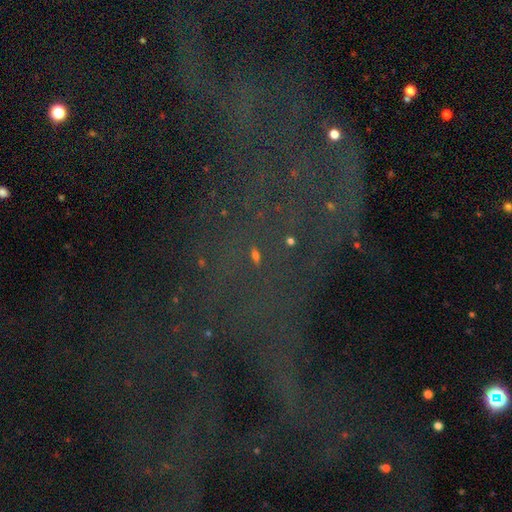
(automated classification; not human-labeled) Smooth or featured?
  - star or artifact: 68% *
  - smooth: 20%
  - featured or disk: 12%